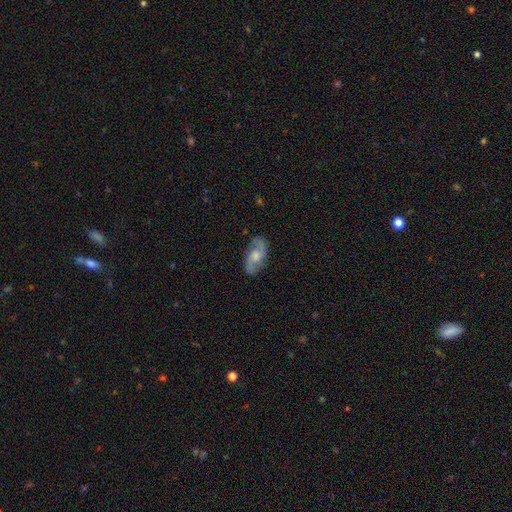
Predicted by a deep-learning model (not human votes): Smooth or featured?
  - featured or disk: 73% *
  - smooth: 21%
  - star or artifact: 6%
Edge-on disk?
  - no: 94% *
  - yes: 6%
Bar?
  - no: 57% *
  - weak: 37%
  - strong: 6%
Spiral arms?
  - yes: 93% *
  - no: 7%
Spiral winding?
  - medium: 46% *
  - loose: 38%
  - tight: 16%
Spiral arm count?
  - 2: 89% *
  - can't tell: 6%
  - 1: 2%
  - 3: 2%
  - 4: 1%
  - more than 4: 1%
Bulge size?
  - moderate: 52% *
  - small: 20%
  - large: 18%
  - none: 9%
  - dominant: 2%
Merging?
  - none: 80% *
  - minor disturbance: 14%
  - major disturbance: 4%
  - merger: 1%